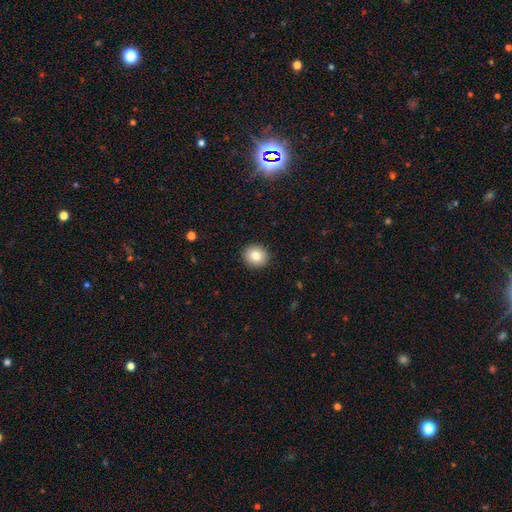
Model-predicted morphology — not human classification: This is clearly a smooth galaxy (83%). How rounded: clearly round (86%). Merging: clearly none (92%).